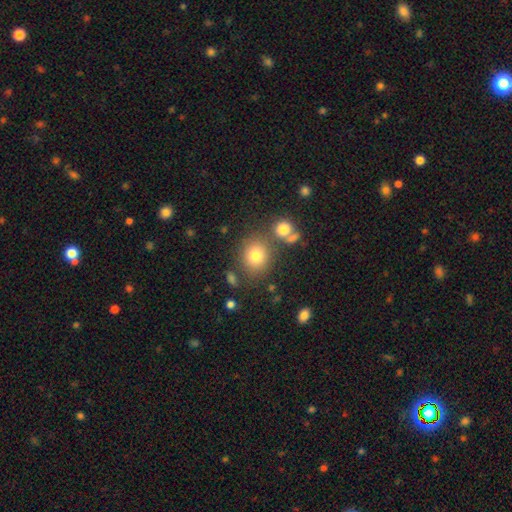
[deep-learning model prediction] A smooth galaxy with no disk features (78%) that is round (78%).

Vote fractions:
- Smooth or featured? smooth: 78% / star or artifact: 12% / featured or disk: 10%
- How rounded? round: 78% / in between: 21% / cigar-shaped: 1%
- Merging? none: 73% / merger: 12% / minor disturbance: 11% / major disturbance: 4%